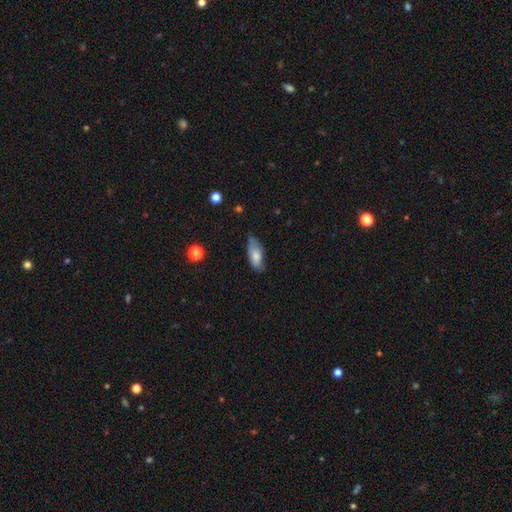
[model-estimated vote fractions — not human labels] Morphology: type=smooth (77%); roundness=in between (82%); merging=none (63%).